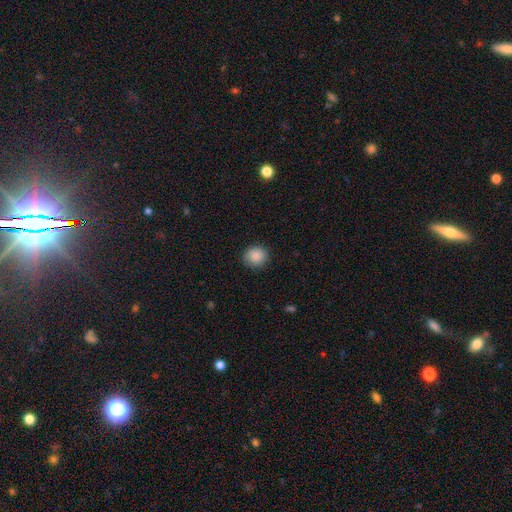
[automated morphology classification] Smooth or featured?
  - smooth: 89% *
  - star or artifact: 8%
  - featured or disk: 3%
How rounded?
  - round: 83% *
  - in between: 16%
  - cigar-shaped: 1%
Merging?
  - none: 87% *
  - minor disturbance: 10%
  - major disturbance: 2%
  - merger: 1%